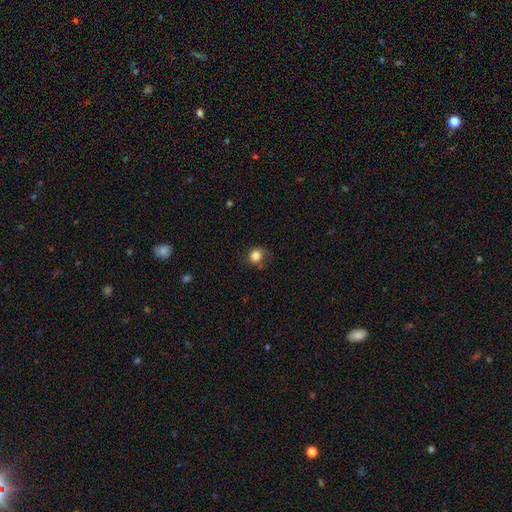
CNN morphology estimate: smooth 83%, star or artifact 10%, featured or disk 7%. Down the decision tree: how rounded — round (78%); merging — none (65%).